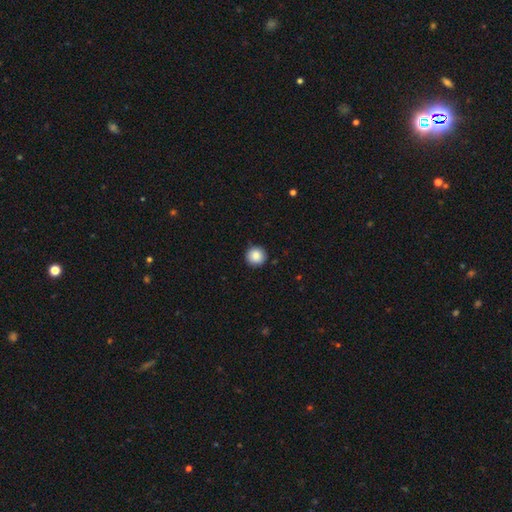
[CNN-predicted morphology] This is clearly a smooth galaxy (87%). How rounded: clearly round (95%). Merging: clearly none (91%).